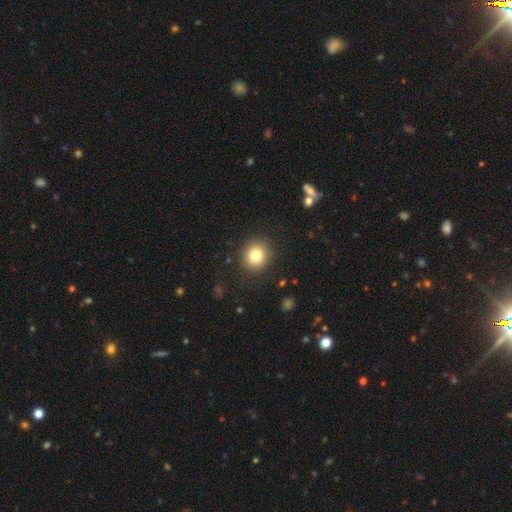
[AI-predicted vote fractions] smooth_or_featured: smooth (p=0.80) [alt: star or artifact p=0.12]
how_rounded: round (p=0.82) [alt: in between p=0.17]
merging: none (p=0.89) [alt: minor disturbance p=0.07]